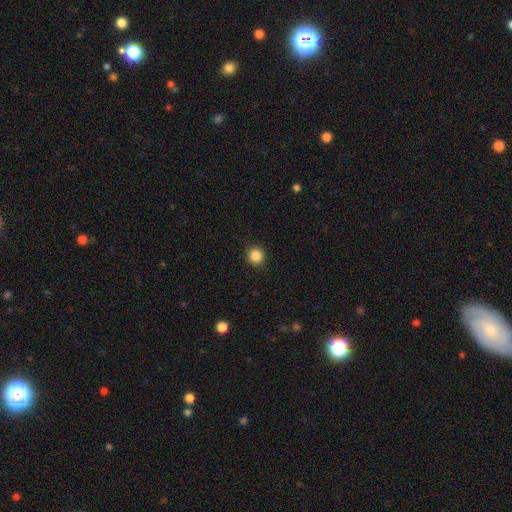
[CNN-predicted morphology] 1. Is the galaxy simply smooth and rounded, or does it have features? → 86% smooth, 10% star or artifact, 3% featured or disk.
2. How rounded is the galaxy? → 94% round, 5% in between, 1% cigar-shaped.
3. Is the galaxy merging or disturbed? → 91% none, 6% minor disturbance, 2% major disturbance, 1% merger.